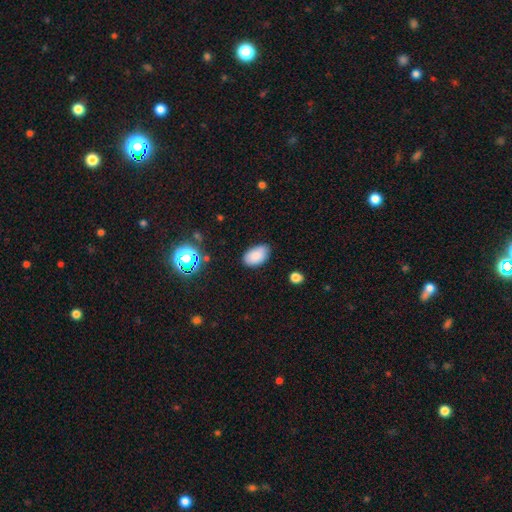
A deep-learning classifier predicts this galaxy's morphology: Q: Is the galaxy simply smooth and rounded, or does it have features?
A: smooth — 86%.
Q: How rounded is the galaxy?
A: in between — 93%.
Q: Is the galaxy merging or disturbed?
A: none — 77%.